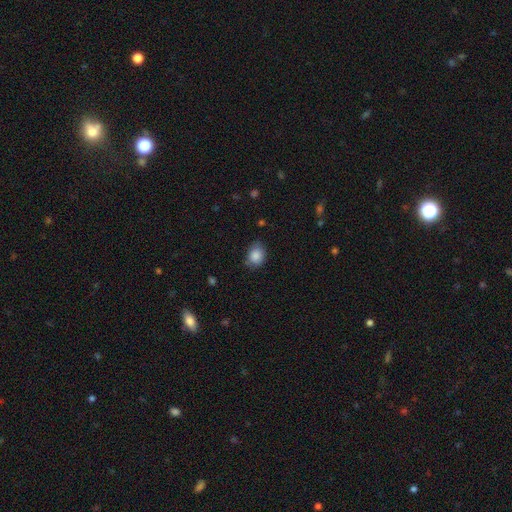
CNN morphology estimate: smooth-or-featured: smooth: 86% | star or artifact: 8% | featured or disk: 6%
  how-rounded: in between: 53% | round: 46% | cigar-shaped: 1%
  merging: none: 68% | minor disturbance: 25% | major disturbance: 5% | merger: 2%